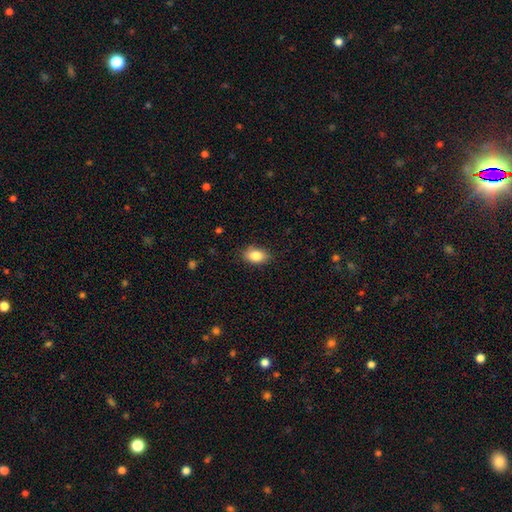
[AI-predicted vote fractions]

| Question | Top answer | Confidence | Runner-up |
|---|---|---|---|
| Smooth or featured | smooth | 85% | star or artifact (8%) |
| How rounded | in between | 87% | round (11%) |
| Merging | none | 84% | minor disturbance (12%) |